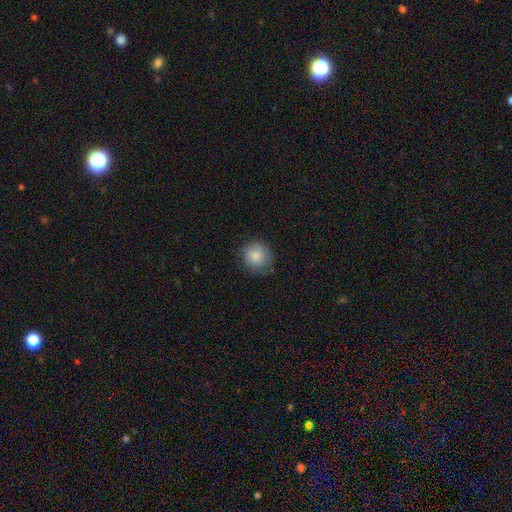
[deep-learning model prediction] This appears to be a smooth galaxy with no disk features (83%) that is round (89%). Merging: none (76%).